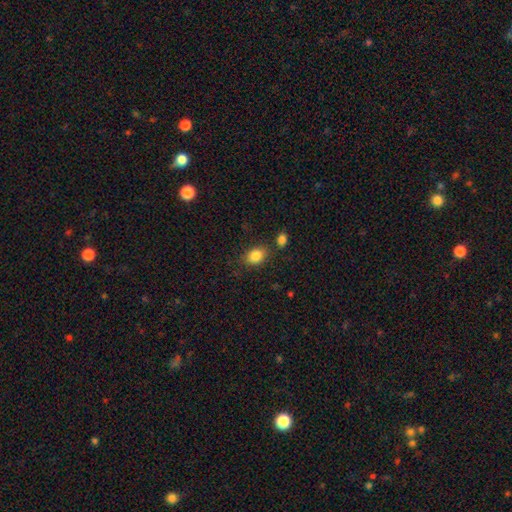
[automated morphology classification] This is clearly a smooth galaxy (85%). How rounded: likely in between (71%). Merging: likely none (77%).